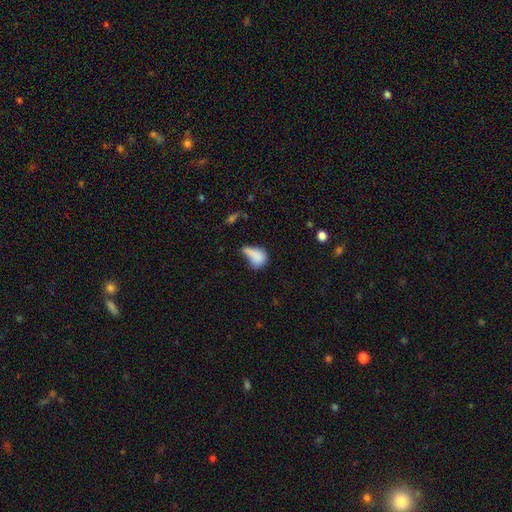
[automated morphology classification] Smooth or featured? smooth (78%)
How rounded? in between (71%)
Merging? minor disturbance (30%)